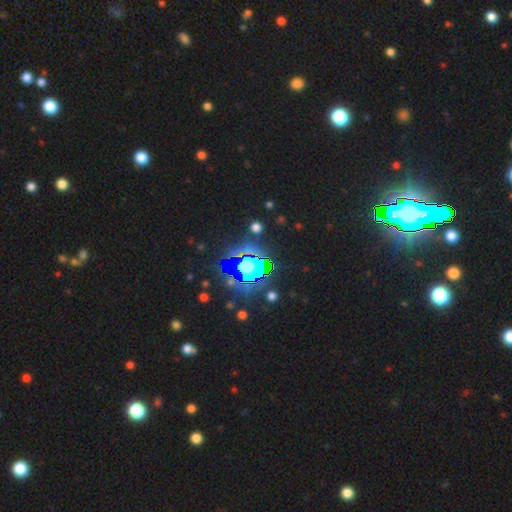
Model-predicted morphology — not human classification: star or artifact 60%, smooth 23%, featured or disk 17%.